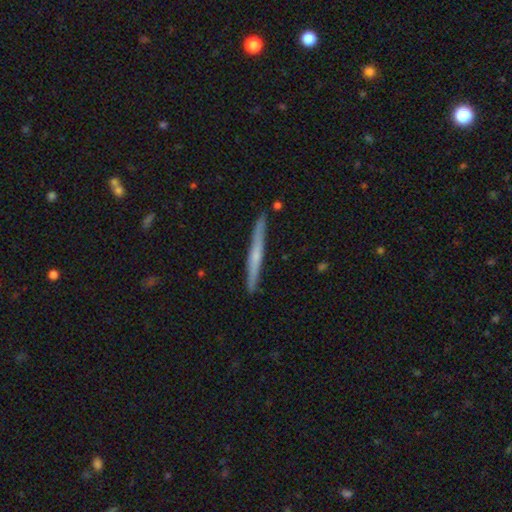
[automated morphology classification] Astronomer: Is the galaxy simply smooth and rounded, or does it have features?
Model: featured or disk — 56% (runner-up: smooth, 38%).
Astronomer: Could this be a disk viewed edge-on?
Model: yes — 97%.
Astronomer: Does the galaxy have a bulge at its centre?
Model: none — 52% (runner-up: rounded, 42%).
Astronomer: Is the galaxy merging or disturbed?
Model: none — 90%.